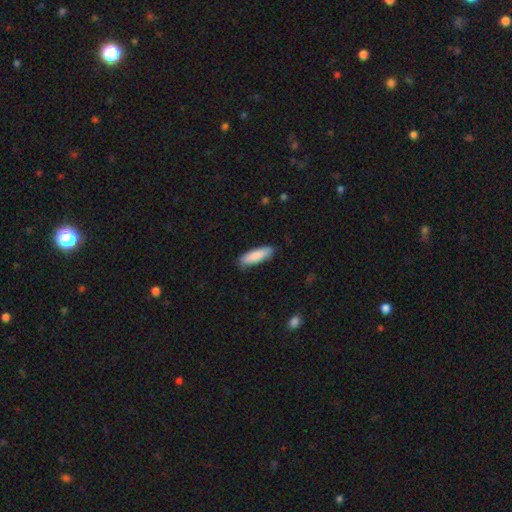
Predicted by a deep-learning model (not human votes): The model was most divided on "how rounded": cigar-shaped: 50%, in between: 49%, round: 1%. More confident: smooth or featured — smooth (86%); merging — none (83%).